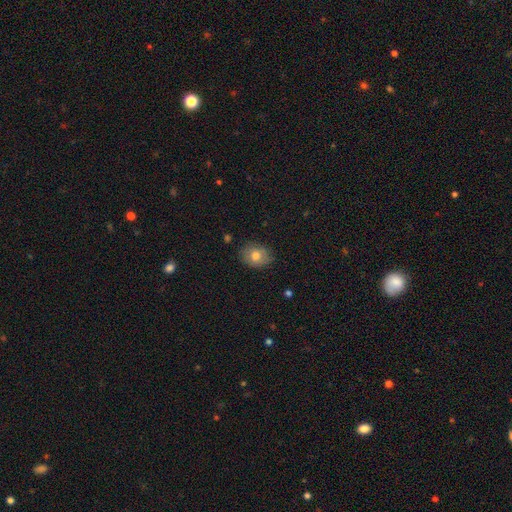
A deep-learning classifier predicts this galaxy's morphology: Smooth or featured: smooth — 76% (featured or disk — 15%)
How rounded: in between — 55% (round — 44%)
Merging: none — 81% (minor disturbance — 15%)